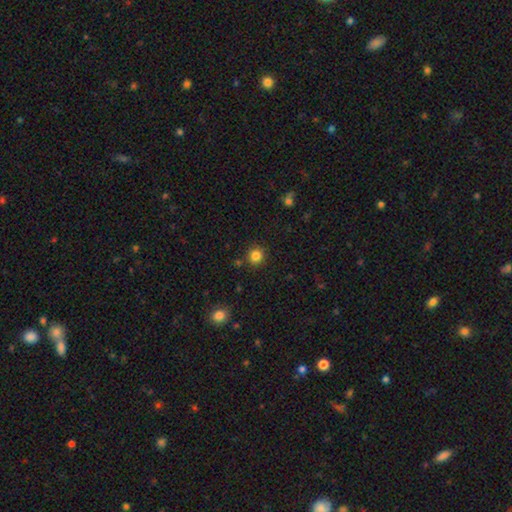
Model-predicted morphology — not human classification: This appears to be a smooth galaxy with no disk features (83%) that is round (91%). Merging: none (87%).